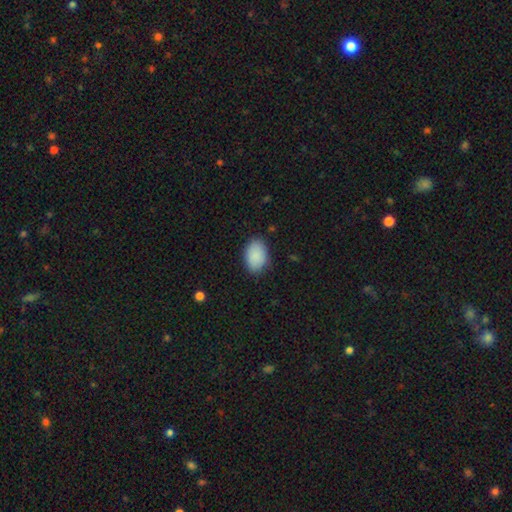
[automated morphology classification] Smooth or featured? Predicted: smooth (p=0.90). How rounded? Predicted: in between (p=0.87). Merging? Predicted: none (p=0.84).